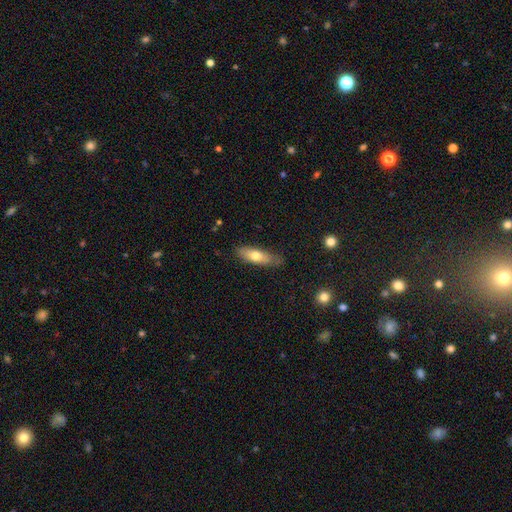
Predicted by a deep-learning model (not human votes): Smooth or featured?
  - smooth: 67% *
  - featured or disk: 27%
  - star or artifact: 6%
How rounded?
  - in between: 54% *
  - cigar-shaped: 43%
  - round: 3%
Merging?
  - none: 75% *
  - minor disturbance: 19%
  - major disturbance: 4%
  - merger: 2%